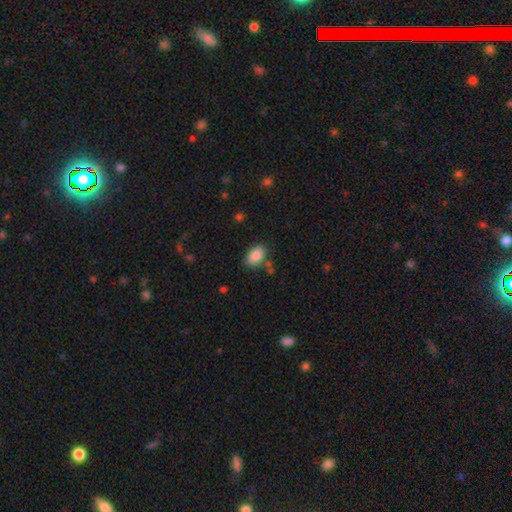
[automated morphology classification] A smooth galaxy with no disk features (87%) that is in between round and cigar-shaped (88%). Merging: none (73%).